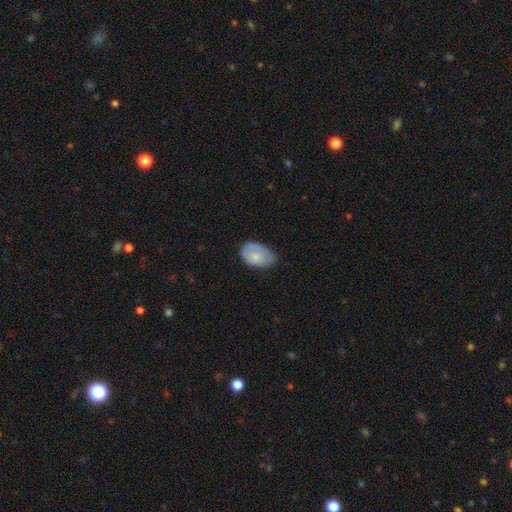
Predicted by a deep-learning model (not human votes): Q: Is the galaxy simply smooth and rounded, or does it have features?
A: smooth — 70%.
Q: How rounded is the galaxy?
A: in between — 85%.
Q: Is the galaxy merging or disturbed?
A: none — 54%.